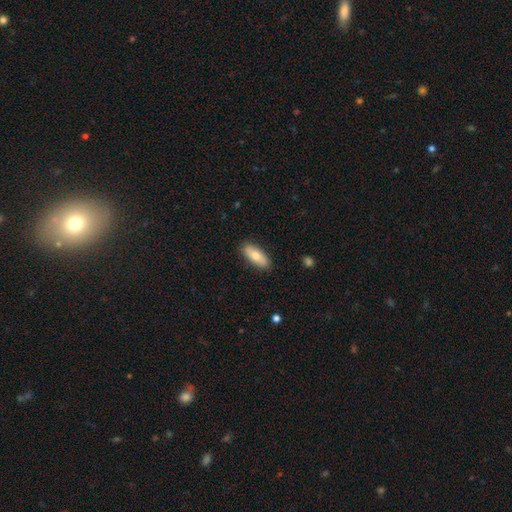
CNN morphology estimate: Smooth or featured: smooth — 74% (featured or disk — 20%)
How rounded: in between — 75% (cigar-shaped — 23%)
Merging: none — 87% (minor disturbance — 10%)